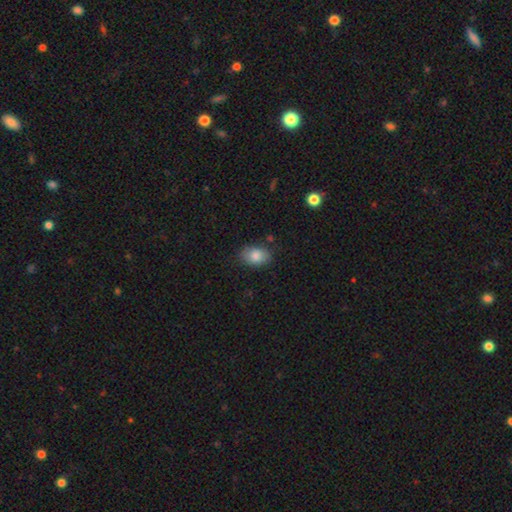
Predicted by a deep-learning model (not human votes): Overall: smooth (85%). How rounded: in between (84%). Merging: none (80%).